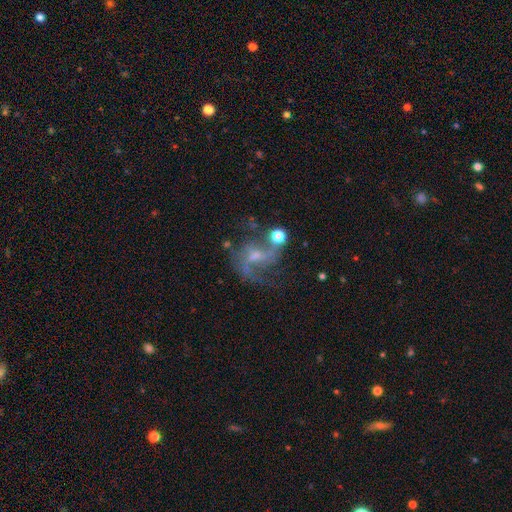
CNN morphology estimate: Smooth or featured?
  - featured or disk: 75% *
  - star or artifact: 13%
  - smooth: 12%
Edge-on disk?
  - no: 97% *
  - yes: 3%
Bar?
  - weak: 46% *
  - no: 39%
  - strong: 14%
Spiral arms?
  - yes: 88% *
  - no: 12%
Spiral winding?
  - loose: 56% *
  - medium: 36%
  - tight: 8%
Spiral arm count?
  - 2: 73% *
  - 1: 11%
  - can't tell: 9%
  - 3: 4%
  - 4: 2%
  - more than 4: 2%
Bulge size?
  - small: 52% *
  - moderate: 32%
  - none: 12%
  - large: 2%
  - dominant: 1%
Merging?
  - none: 47% *
  - major disturbance: 24%
  - minor disturbance: 18%
  - merger: 12%